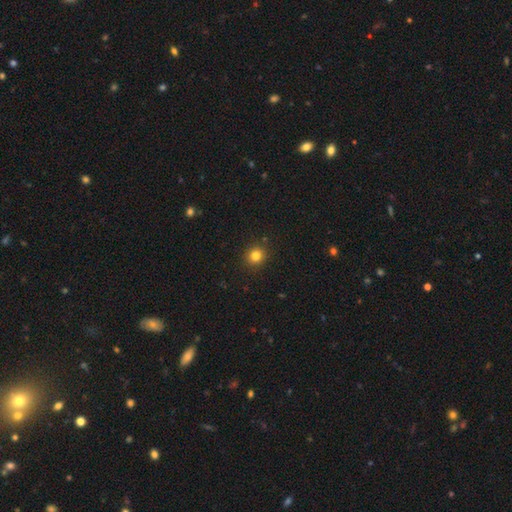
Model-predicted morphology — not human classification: Smooth or featured? smooth (81%)
How rounded? round (88%)
Merging? none (91%)